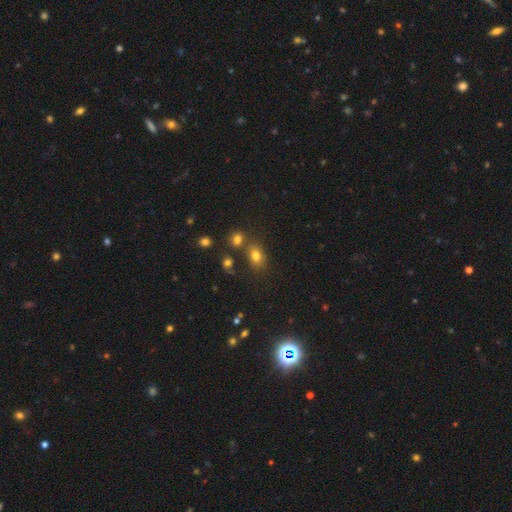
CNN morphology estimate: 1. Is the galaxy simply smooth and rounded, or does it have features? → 77% smooth, 14% star or artifact, 9% featured or disk.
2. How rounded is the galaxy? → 73% in between, 26% round, 2% cigar-shaped.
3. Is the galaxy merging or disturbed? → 66% none, 16% merger, 13% minor disturbance, 4% major disturbance.